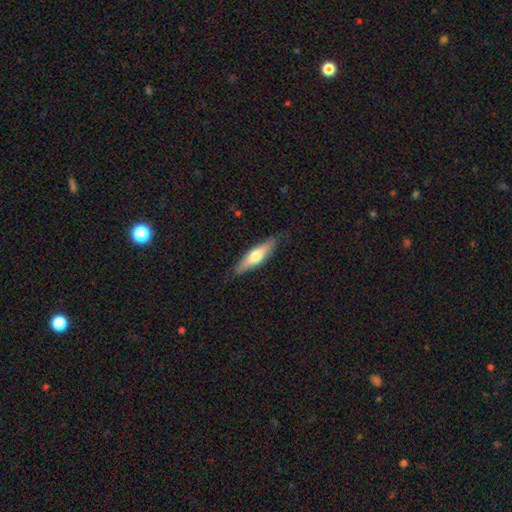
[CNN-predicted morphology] smooth 49%, featured or disk 45%, star or artifact 5%. Down the decision tree: merging — none (85%).